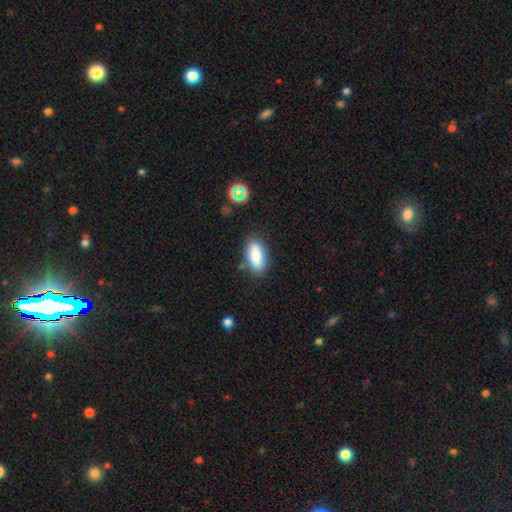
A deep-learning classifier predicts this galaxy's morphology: Smooth or featured: smooth — 85% (featured or disk — 8%)
How rounded: in between — 86% (cigar-shaped — 11%)
Merging: none — 81% (minor disturbance — 13%)